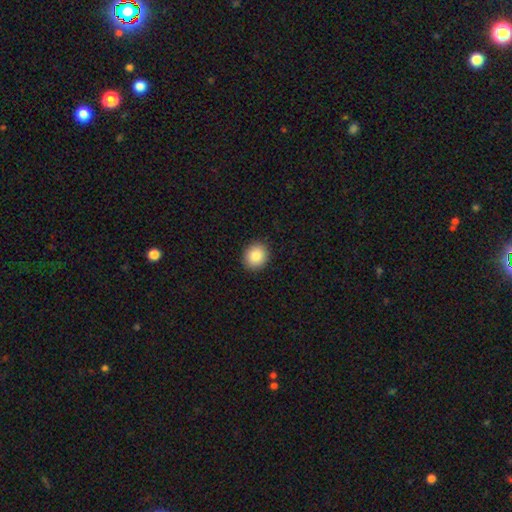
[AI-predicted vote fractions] A smooth galaxy with no disk features (87%) that is round (78%).

Vote fractions:
- Smooth or featured? smooth: 87% / star or artifact: 8% / featured or disk: 5%
- How rounded? round: 78% / in between: 21% / cigar-shaped: 1%
- Merging? none: 91% / minor disturbance: 6% / major disturbance: 2% / merger: 1%